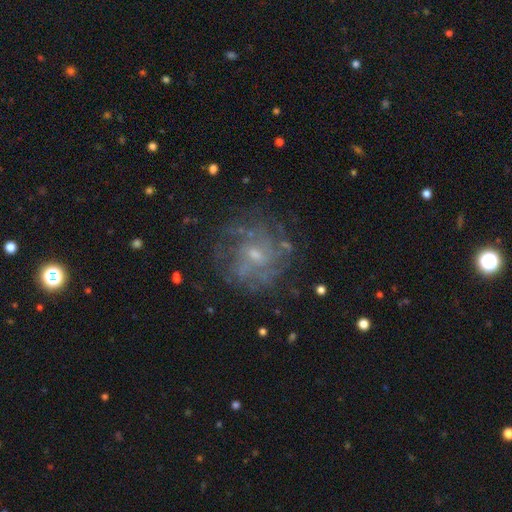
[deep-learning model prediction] The model was most divided on "spiral winding": tight: 47%, medium: 36%, loose: 16%. More confident: edge-on disk — no (97%); spiral arms — yes (76%); smooth or featured — featured or disk (74%); merging — none (71%); bar — no (57%); bulge size — small (57%); spiral arm count — can't tell (51%).